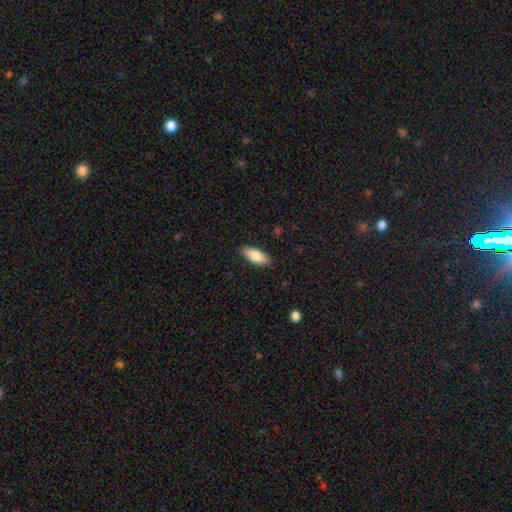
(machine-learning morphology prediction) A smooth galaxy with no disk features (81%) that is in between round and cigar-shaped (80%). Merging: none (88%).